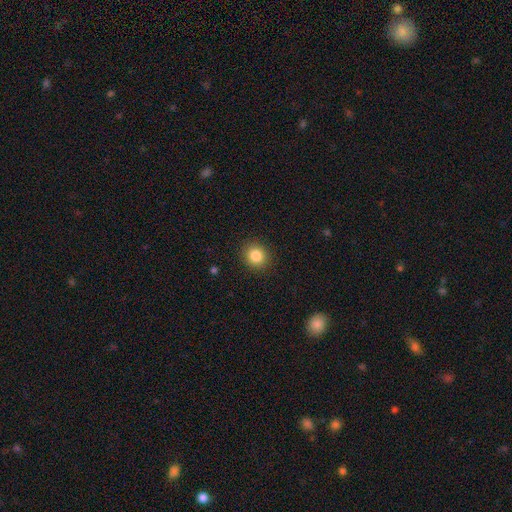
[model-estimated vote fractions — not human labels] Overall: smooth (85%). How rounded: round (84%). Merging: none (90%).